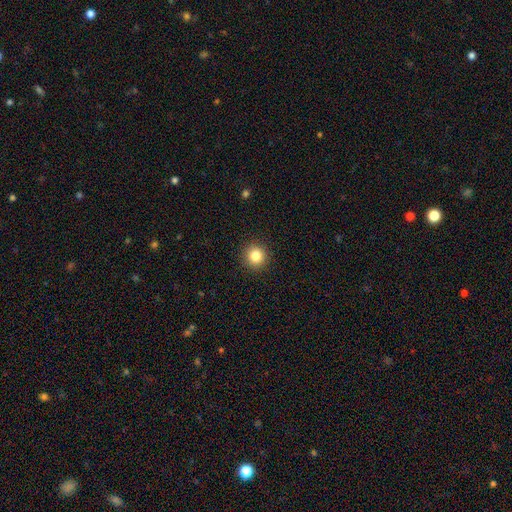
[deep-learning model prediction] A smooth galaxy with no disk features (84%) that is round (94%).

Vote fractions:
- Smooth or featured? smooth: 84% / star or artifact: 11% / featured or disk: 5%
- How rounded? round: 94% / in between: 5% / cigar-shaped: 1%
- Merging? none: 92% / minor disturbance: 5% / major disturbance: 2% / merger: 1%